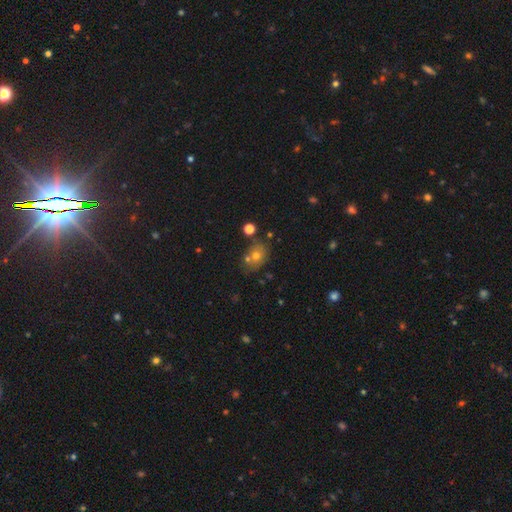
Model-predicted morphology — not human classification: This is likely a smooth galaxy (66%). How rounded: possibly in between (57%). Merging: possibly none (58%).